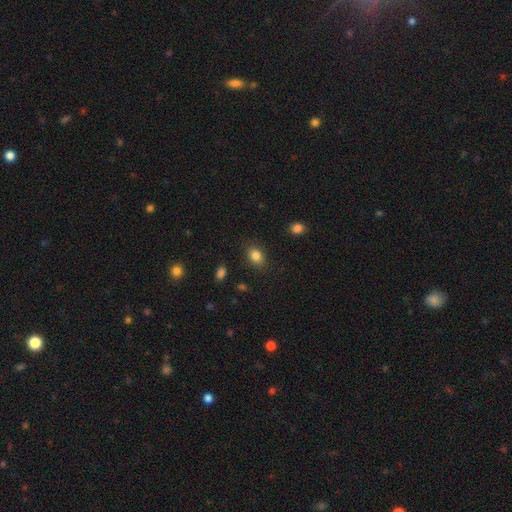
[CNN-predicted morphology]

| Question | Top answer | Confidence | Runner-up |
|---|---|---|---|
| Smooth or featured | smooth | 85% | star or artifact (10%) |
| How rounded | in between | 72% | round (27%) |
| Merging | none | 84% | minor disturbance (11%) |